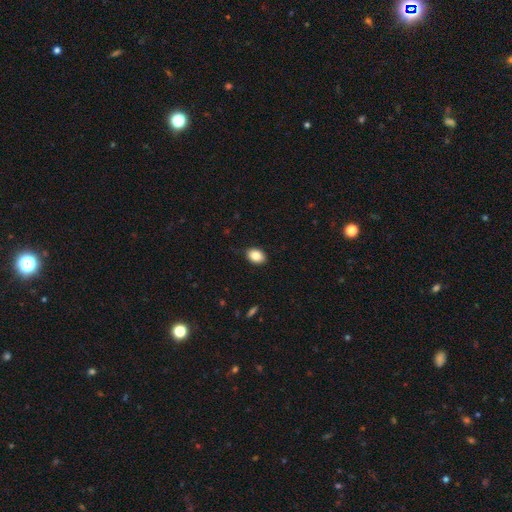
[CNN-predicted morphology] Q: Smooth or featured?
A: smooth (85%); runner-up: star or artifact (8%)
Q: How rounded?
A: in between (77%); runner-up: round (22%)
Q: Merging?
A: none (87%); runner-up: minor disturbance (10%)